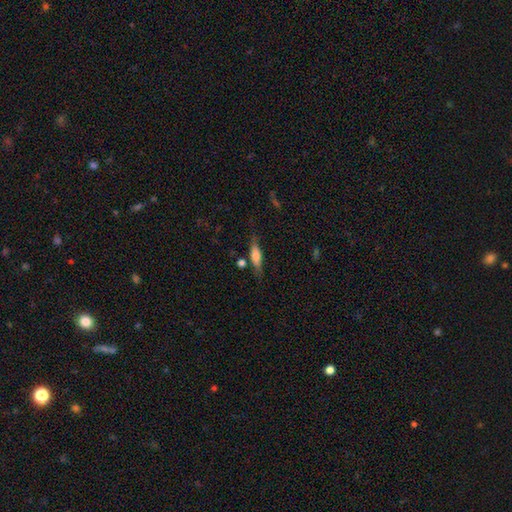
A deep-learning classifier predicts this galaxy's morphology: This appears to be a smooth galaxy with no disk features (63%) that is cigar-shaped (55%). Merging: none (69%).